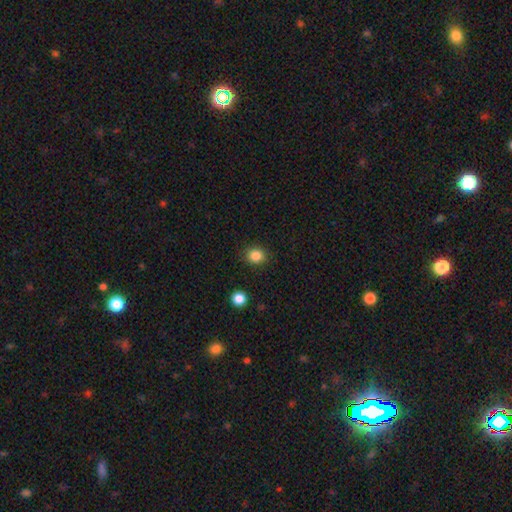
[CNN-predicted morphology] smooth 85%, star or artifact 11%, featured or disk 4%. Down the decision tree: how rounded — round (76%); merging — none (89%).